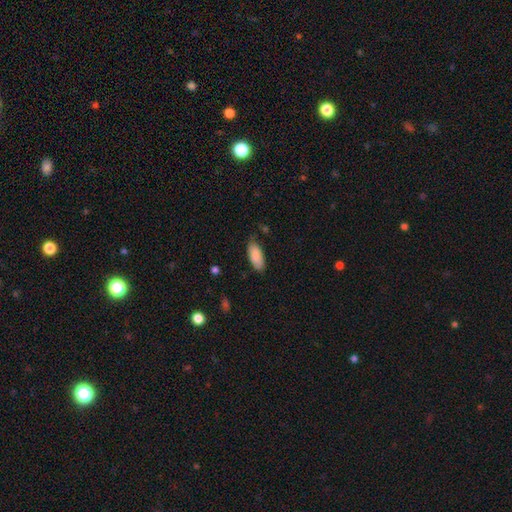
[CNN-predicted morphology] The model was most divided on "merging": none: 72%, minor disturbance: 22%, major disturbance: 4%, merger: 2%. More confident: how rounded — in between (87%); smooth or featured — smooth (87%).